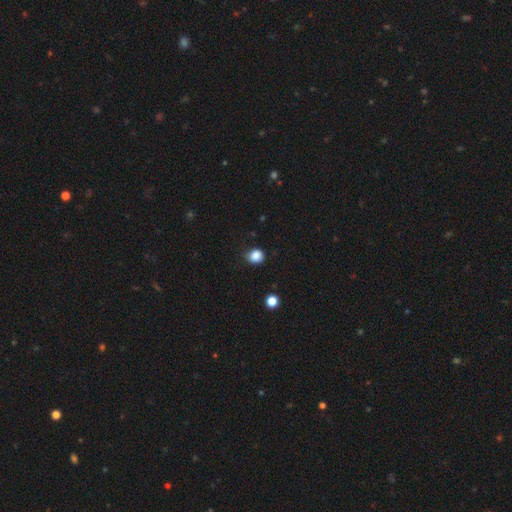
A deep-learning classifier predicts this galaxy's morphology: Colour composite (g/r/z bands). It shows a smooth galaxy with no disk features (85%) that is round (77%). Merging: none (73%).